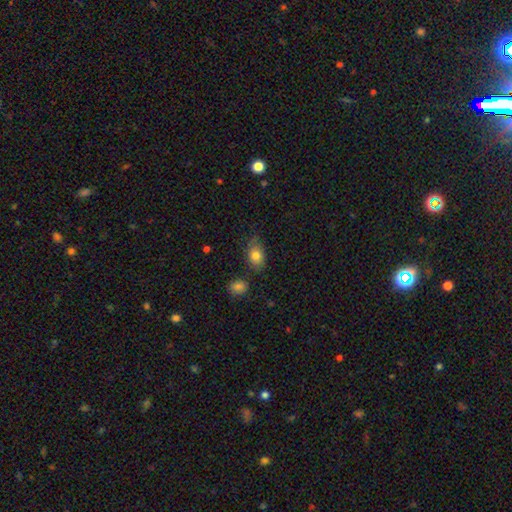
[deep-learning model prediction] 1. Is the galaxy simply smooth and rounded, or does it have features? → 80% smooth, 12% featured or disk, 8% star or artifact.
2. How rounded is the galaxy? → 81% in between, 17% round, 2% cigar-shaped.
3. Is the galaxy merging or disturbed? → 67% none, 24% minor disturbance, 5% major disturbance, 4% merger.